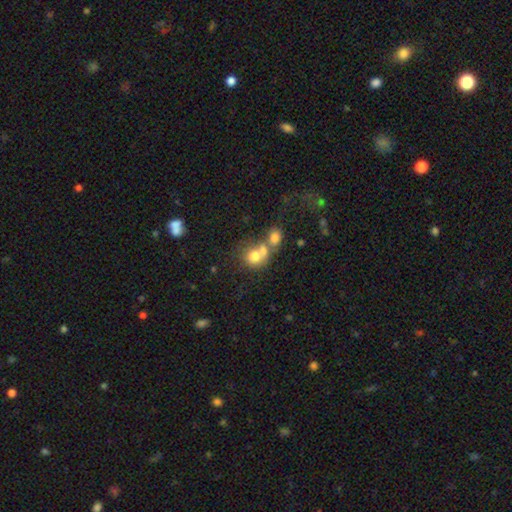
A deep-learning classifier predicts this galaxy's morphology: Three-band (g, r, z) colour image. It shows a smooth galaxy with no disk features (72%) that is round (75%). Merging: merger (57%).